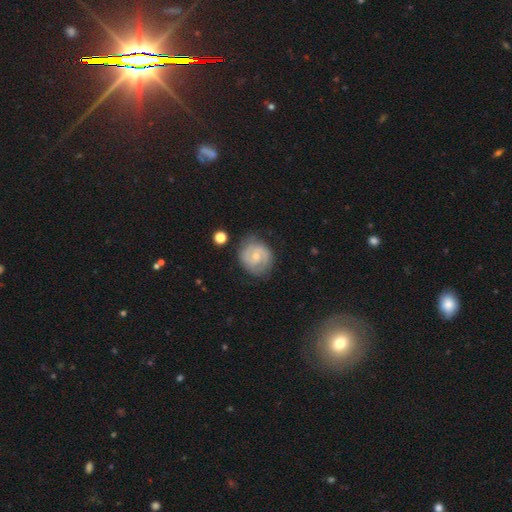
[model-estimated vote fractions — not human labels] This is likely a featured or disk galaxy (74%). It is clearly not viewed edge-on (98%). Bar: possibly no (54%). Spiral arm pattern: clearly yes (92%). Spiral arm count: likely 2 (73%). Spiral winding: possibly tight (47%). Central bulge: likely small (61%). Merging: likely none (73%).